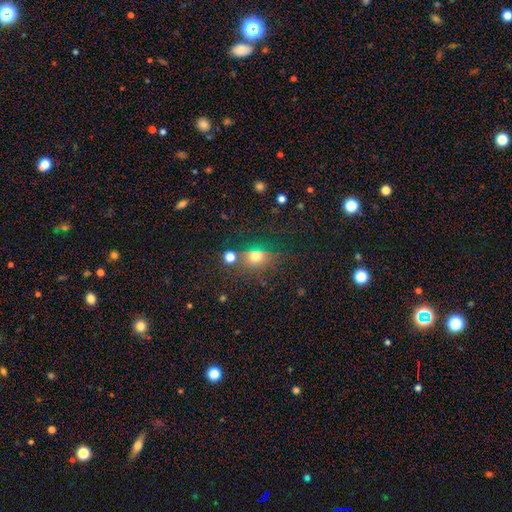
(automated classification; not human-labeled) smooth-or-featured: smooth: 63% | star or artifact: 25% | featured or disk: 12%
  how-rounded: round: 59% | in between: 38% | cigar-shaped: 3%
  merging: none: 71% | minor disturbance: 13% | merger: 10% | major disturbance: 6%